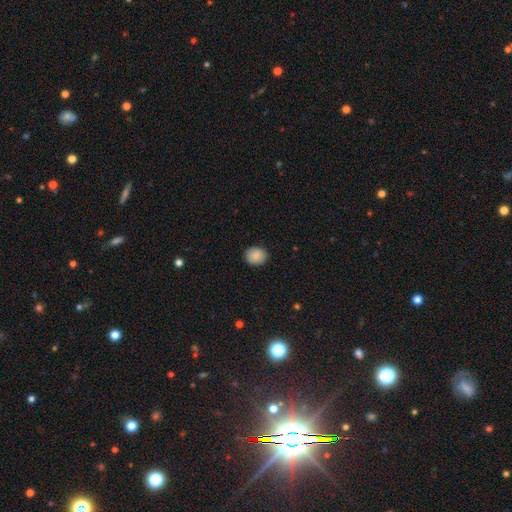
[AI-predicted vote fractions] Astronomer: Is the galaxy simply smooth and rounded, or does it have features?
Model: smooth — 88%.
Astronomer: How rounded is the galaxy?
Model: round — 67%.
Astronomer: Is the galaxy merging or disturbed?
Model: none — 89%.